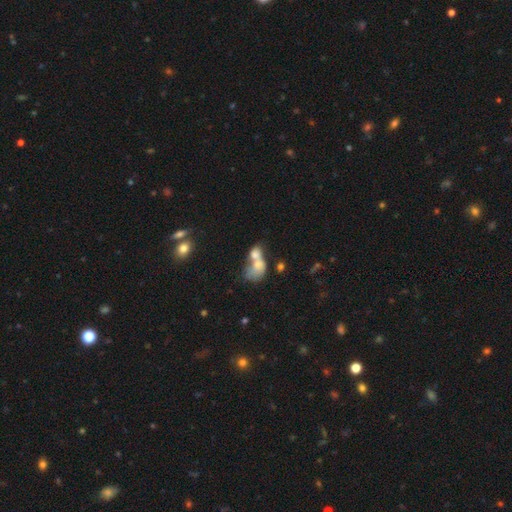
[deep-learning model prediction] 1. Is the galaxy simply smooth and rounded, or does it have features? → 66% smooth, 23% featured or disk, 11% star or artifact.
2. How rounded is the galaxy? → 72% in between, 26% round, 2% cigar-shaped.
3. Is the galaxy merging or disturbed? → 71% merger, 13% none, 9% major disturbance, 7% minor disturbance.